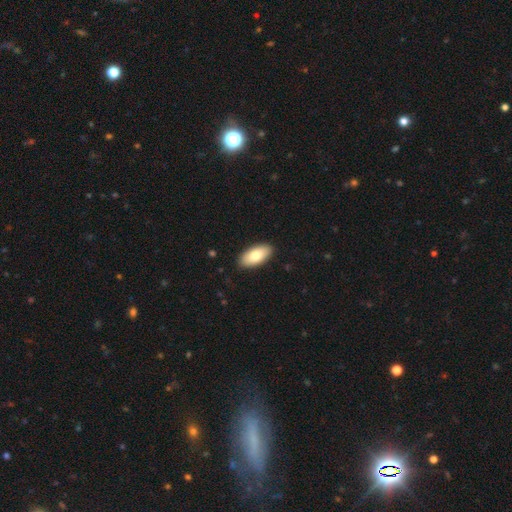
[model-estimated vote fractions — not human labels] Smooth or featured? Predicted: smooth (p=0.79). How rounded? Predicted: in between (p=0.93). Merging? Predicted: none (p=0.90).